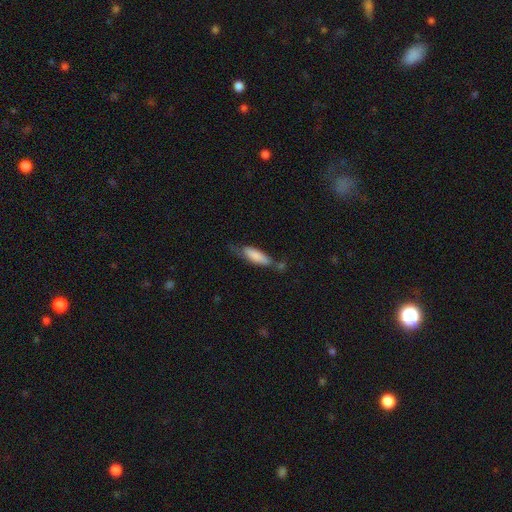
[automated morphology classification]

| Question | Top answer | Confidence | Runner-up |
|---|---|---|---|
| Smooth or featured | smooth | 79% | featured or disk (15%) |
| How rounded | in between | 49% | tied: cigar-shaped (49%) |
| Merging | none | 44% | minor disturbance (32%) |